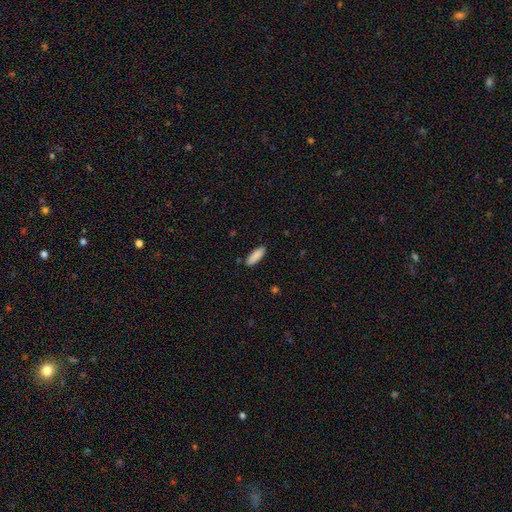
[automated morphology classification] Q: Smooth or featured?
A: smooth (89%); runner-up: star or artifact (6%)
Q: How rounded?
A: in between (61%); runner-up: cigar-shaped (38%)
Q: Merging?
A: none (86%); runner-up: minor disturbance (10%)